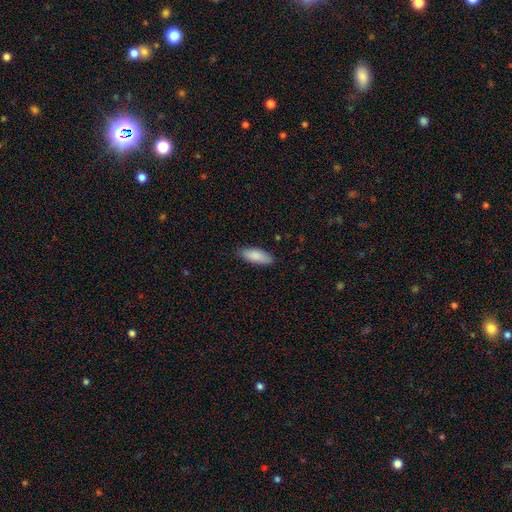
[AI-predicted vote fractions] Q: Smooth or featured?
A: smooth (87%); runner-up: featured or disk (7%)
Q: How rounded?
A: in between (76%); runner-up: cigar-shaped (22%)
Q: Merging?
A: none (83%); runner-up: minor disturbance (13%)